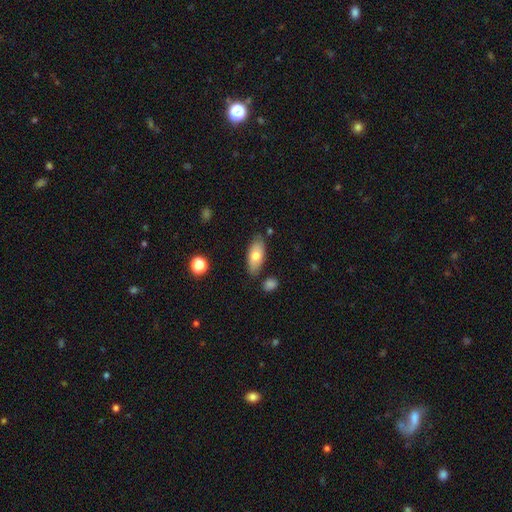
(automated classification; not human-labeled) Smooth or featured?
  - smooth: 71% *
  - featured or disk: 22%
  - star or artifact: 7%
How rounded?
  - in between: 86% *
  - cigar-shaped: 11%
  - round: 3%
Merging?
  - none: 80% *
  - minor disturbance: 13%
  - merger: 4%
  - major disturbance: 3%